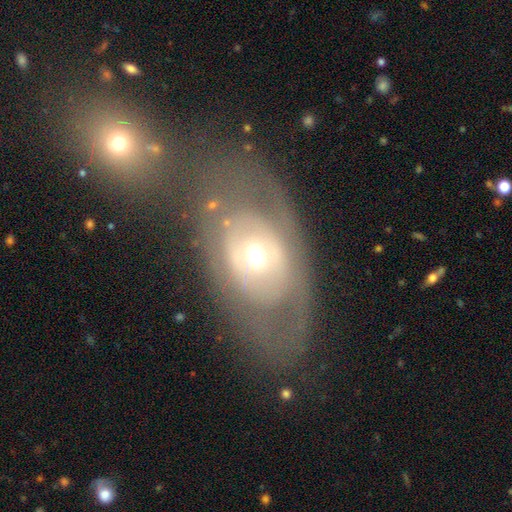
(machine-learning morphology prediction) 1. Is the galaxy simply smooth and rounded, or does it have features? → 64% featured or disk, 28% smooth, 8% star or artifact.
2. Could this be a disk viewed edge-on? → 90% no, 10% yes.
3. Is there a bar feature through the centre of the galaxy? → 74% no, 18% weak, 7% strong.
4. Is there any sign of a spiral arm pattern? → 70% no, 30% yes.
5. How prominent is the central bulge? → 66% moderate, 21% small, 11% large, 2% dominant, 1% none.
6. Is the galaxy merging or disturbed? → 63% none, 15% minor disturbance, 12% major disturbance, 10% merger.